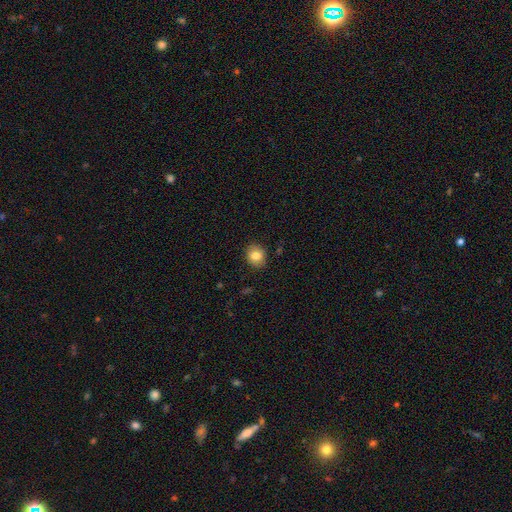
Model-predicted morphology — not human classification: This appears to be a smooth galaxy with no disk features (82%) that is round (68%). Merging: none (90%).